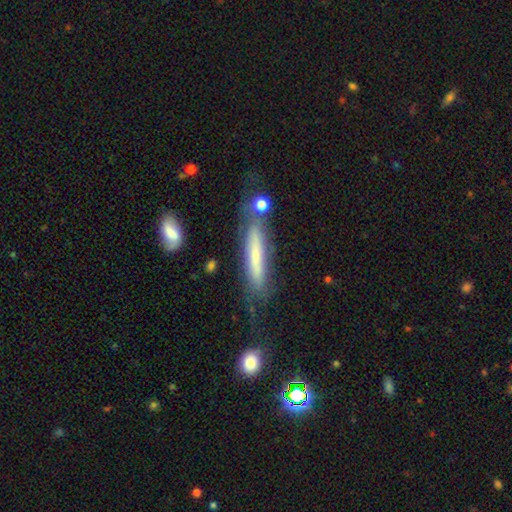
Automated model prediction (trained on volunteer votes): smooth 51%, featured or disk 41%, star or artifact 7%. Down the decision tree: how rounded — cigar-shaped (90%); merging — none (67%).